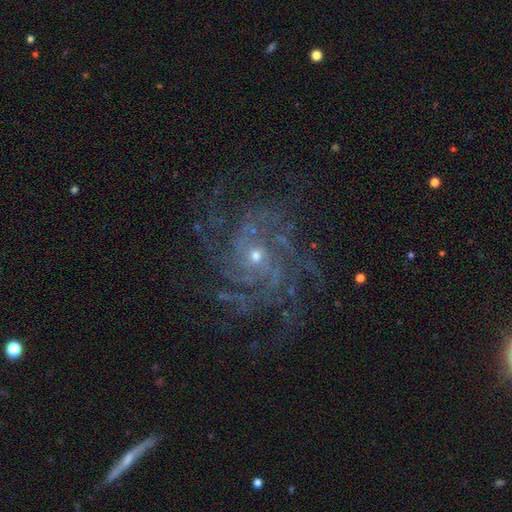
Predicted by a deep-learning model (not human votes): This appears to be a featured or disk galaxy (87%) with no bar (70%), 4 (24%) tight (54%) spiral arms (97%) and a small central bulge (70%). Merging: none (74%).